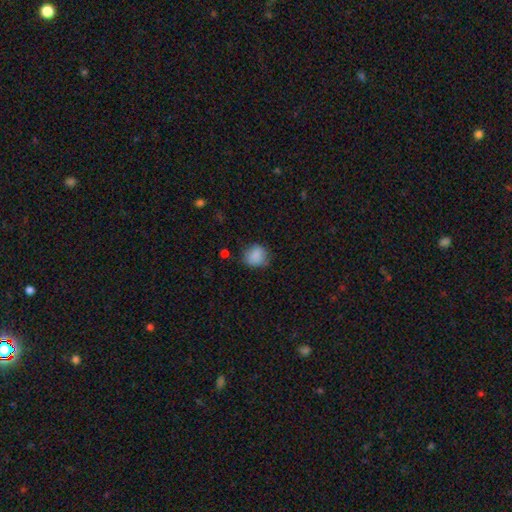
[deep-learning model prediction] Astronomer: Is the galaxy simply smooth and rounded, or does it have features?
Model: smooth — 86%.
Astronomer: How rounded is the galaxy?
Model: round — 74%.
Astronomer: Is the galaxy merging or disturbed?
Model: none — 69%.